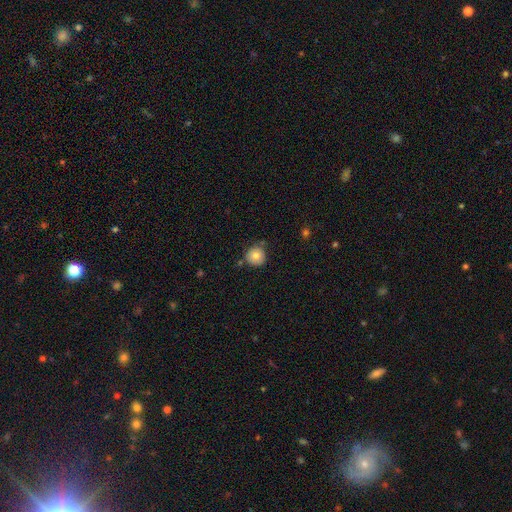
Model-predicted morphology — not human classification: This is clearly a smooth galaxy (80%). How rounded: clearly round (94%). Merging: likely none (77%).